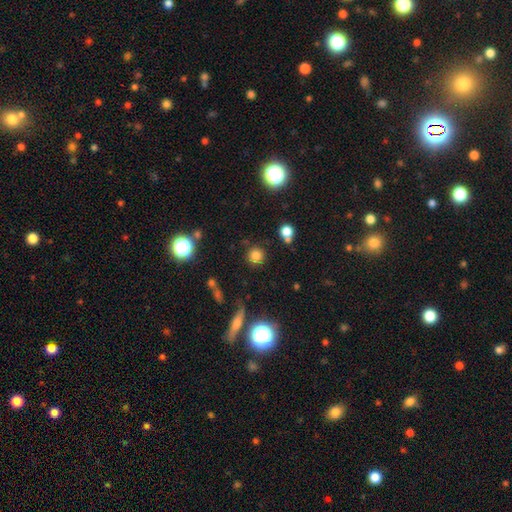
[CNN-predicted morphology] Overall: smooth (77%). How rounded: round (93%). Merging: none (85%).